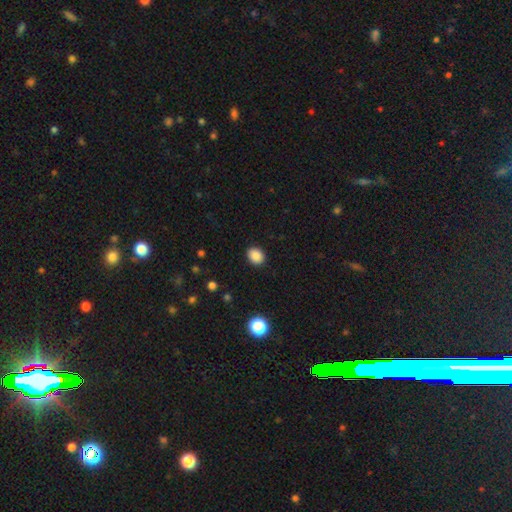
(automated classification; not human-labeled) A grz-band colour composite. It shows a smooth galaxy with no disk features (87%) that is round (52%). Merging: none (90%).